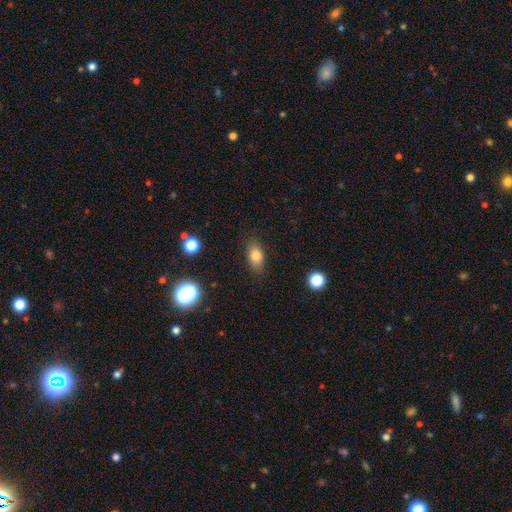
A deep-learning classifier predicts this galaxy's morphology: Overall: smooth (79%). How rounded: in between (83%). Merging: none (85%).